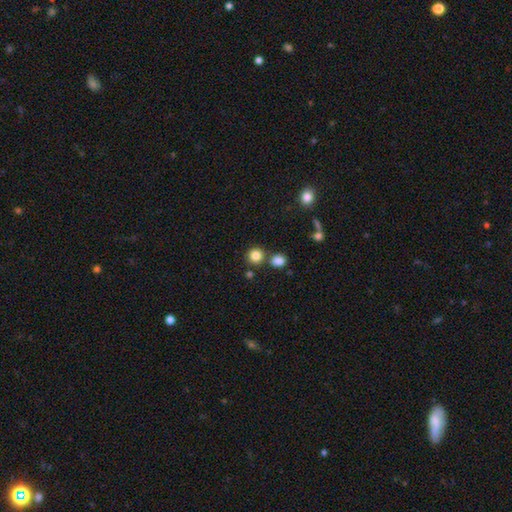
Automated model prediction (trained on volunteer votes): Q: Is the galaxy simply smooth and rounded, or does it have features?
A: smooth — 83%.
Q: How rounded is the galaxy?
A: round — 91%.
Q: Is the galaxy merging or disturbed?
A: none — 75%.